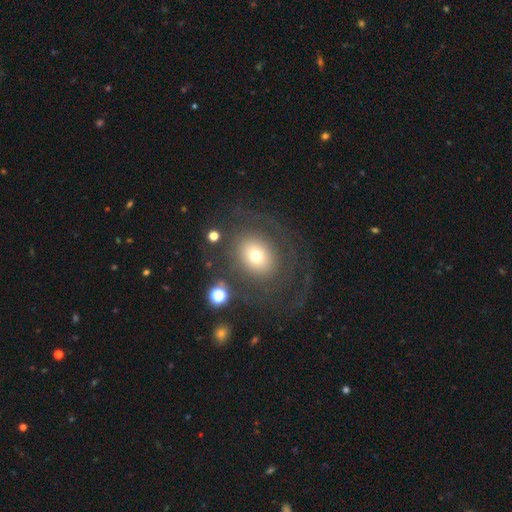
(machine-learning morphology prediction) Smooth or featured? Predicted: smooth (p=0.51). How rounded? Predicted: round (p=0.55). Merging? Predicted: none (p=0.65).